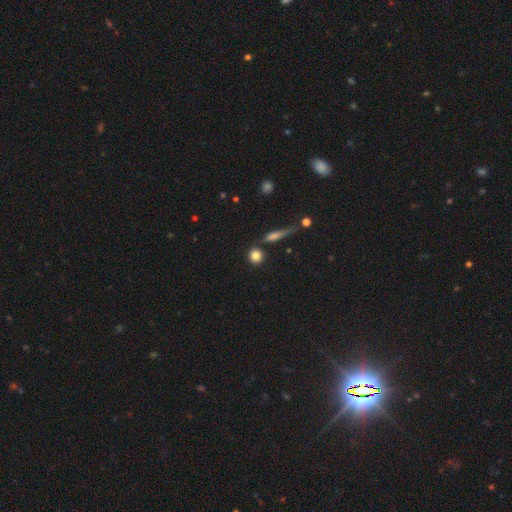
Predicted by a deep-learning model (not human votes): Smooth or featured? smooth (83%)
How rounded? round (88%)
Merging? none (80%)